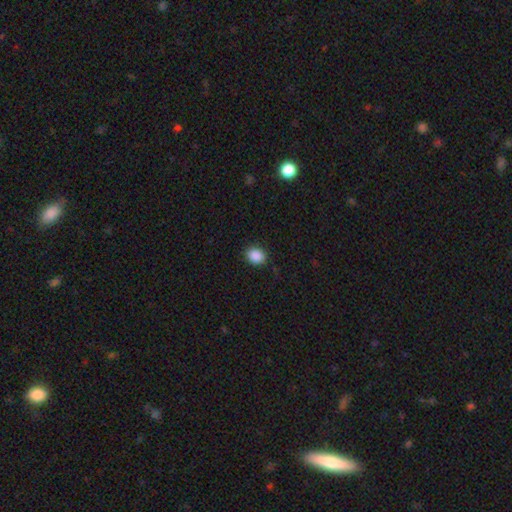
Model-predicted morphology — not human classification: Smooth or featured? smooth (89%)
How rounded? round (58%)
Merging? none (88%)